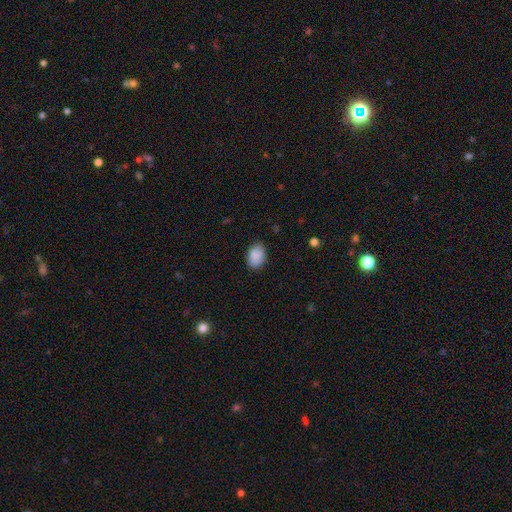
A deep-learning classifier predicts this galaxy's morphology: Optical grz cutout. It shows a smooth galaxy with no disk features (88%) that is in between round and cigar-shaped (82%). Merging: none (81%).